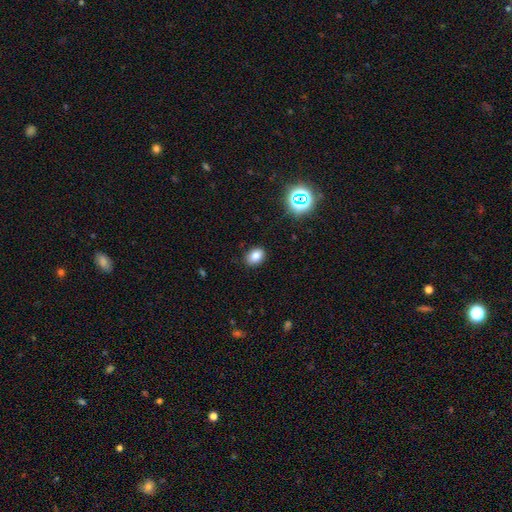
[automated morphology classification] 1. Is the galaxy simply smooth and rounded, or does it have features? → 81% smooth, 13% star or artifact, 6% featured or disk.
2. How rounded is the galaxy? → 66% in between, 33% round, 1% cigar-shaped.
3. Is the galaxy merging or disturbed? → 87% none, 10% minor disturbance, 2% major disturbance, 1% merger.